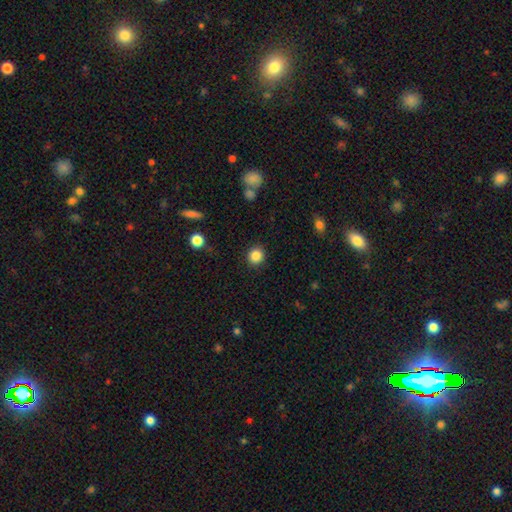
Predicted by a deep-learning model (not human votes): Q: Smooth or featured?
A: smooth (85%); runner-up: star or artifact (11%)
Q: How rounded?
A: round (89%); runner-up: in between (10%)
Q: Merging?
A: none (90%); runner-up: minor disturbance (6%)